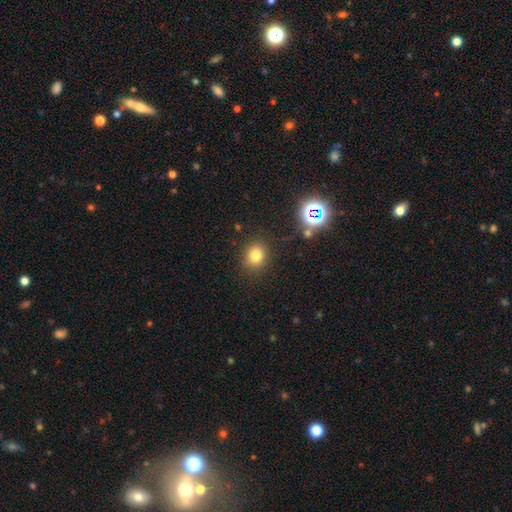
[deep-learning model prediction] Smooth or featured? Predicted: smooth (p=0.76). How rounded? Predicted: round (p=0.75). Merging? Predicted: none (p=0.86).